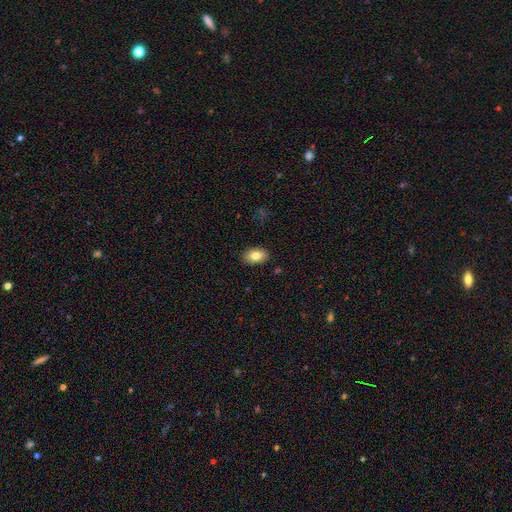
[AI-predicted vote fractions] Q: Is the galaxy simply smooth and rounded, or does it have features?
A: smooth — 81%.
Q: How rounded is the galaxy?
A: in between — 90%.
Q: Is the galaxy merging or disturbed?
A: none — 88%.